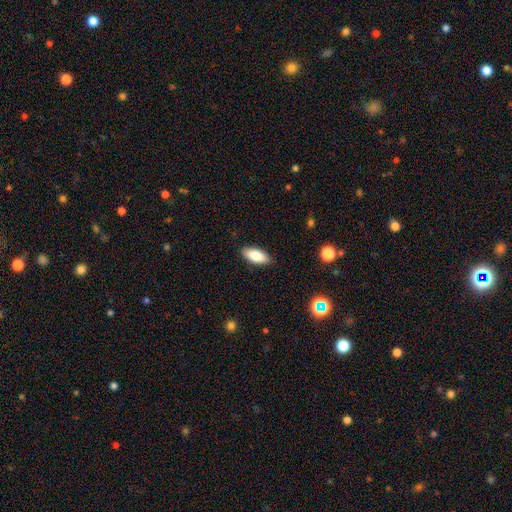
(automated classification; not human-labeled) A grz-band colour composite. It shows a smooth galaxy with no disk features (83%) that is in between round and cigar-shaped (85%). Merging: none (87%).